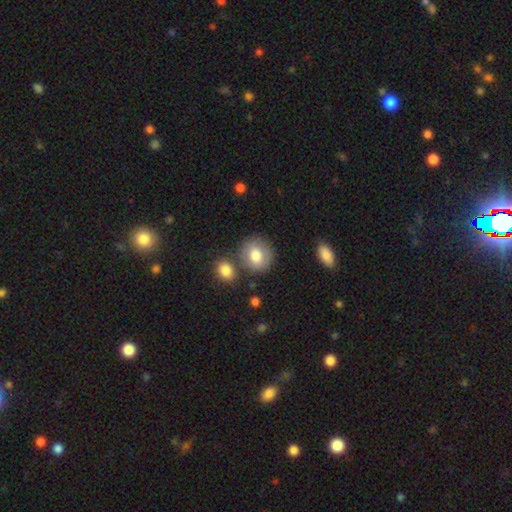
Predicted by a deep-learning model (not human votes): A smooth galaxy with no disk features (77%) that is round (78%). Merging: none (72%).